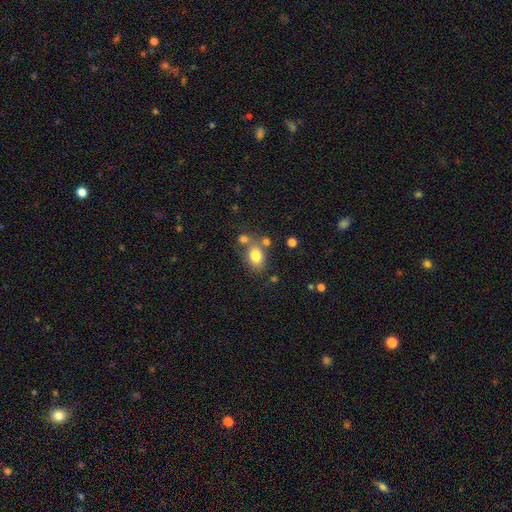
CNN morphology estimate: Overall: smooth (79%). How rounded: in between (72%). Merging: none (60%; merger 21%).